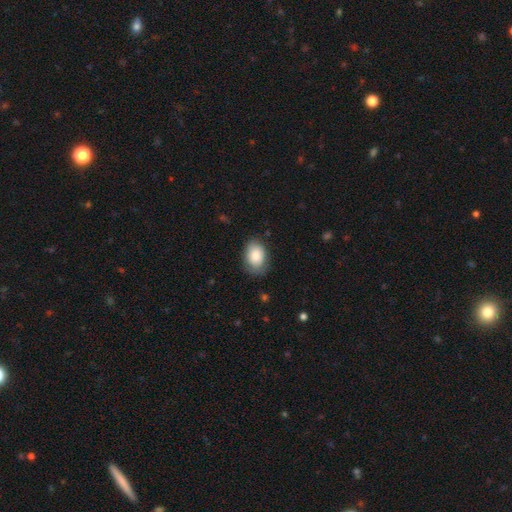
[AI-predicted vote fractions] smooth-or-featured: smooth: 83% | featured or disk: 10% | star or artifact: 7%
  how-rounded: in between: 79% | round: 20% | cigar-shaped: 1%
  merging: none: 72% | minor disturbance: 22% | major disturbance: 5% | merger: 1%